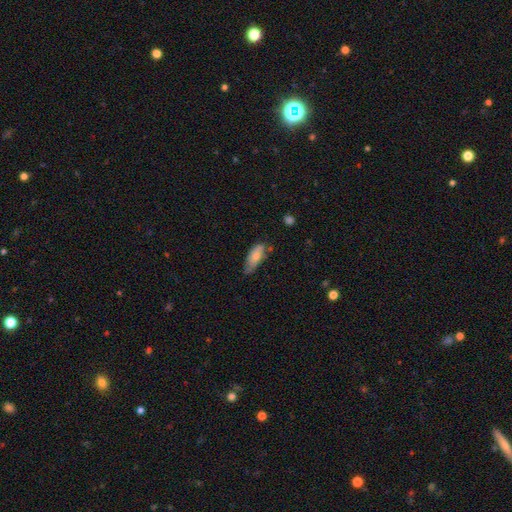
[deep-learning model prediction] This is likely a smooth galaxy (77%). How rounded: likely in between (75%). Merging: possibly none (55%).